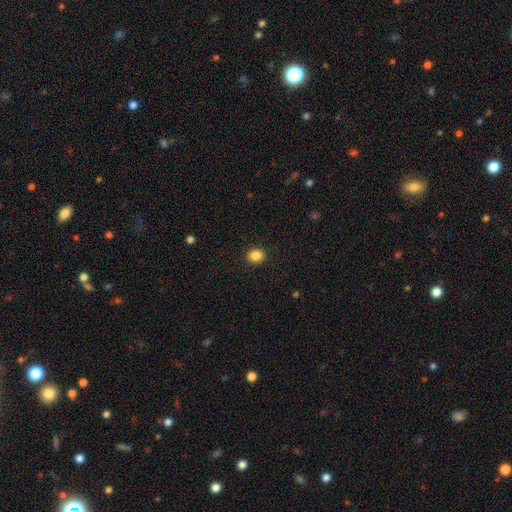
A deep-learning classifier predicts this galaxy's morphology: Smooth or featured? smooth (86%)
How rounded? round (74%)
Merging? none (91%)